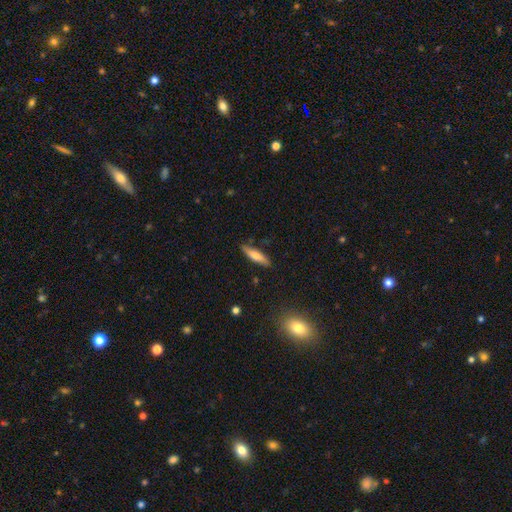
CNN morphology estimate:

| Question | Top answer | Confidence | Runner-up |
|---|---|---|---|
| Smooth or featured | smooth | 65% | featured or disk (28%) |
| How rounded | cigar-shaped | 79% | in between (19%) |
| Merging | none | 82% | minor disturbance (14%) |